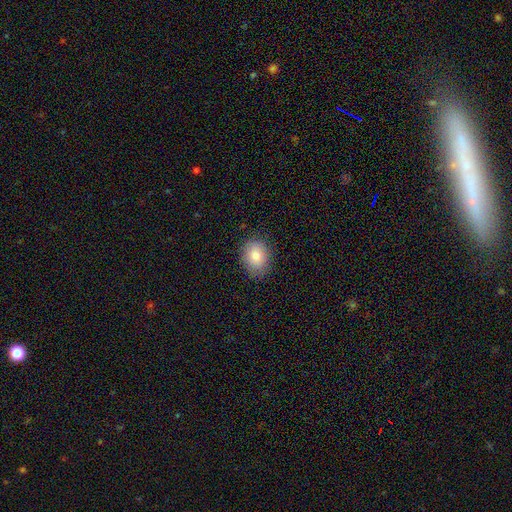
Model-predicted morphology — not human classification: A smooth galaxy with no disk features (82%) that is in between round and cigar-shaped (52%).

Vote fractions:
- Smooth or featured? smooth: 82% / featured or disk: 9% / star or artifact: 9%
- How rounded? in between: 52% / round: 47% / cigar-shaped: 1%
- Merging? none: 84% / minor disturbance: 12% / major disturbance: 3% / merger: 1%